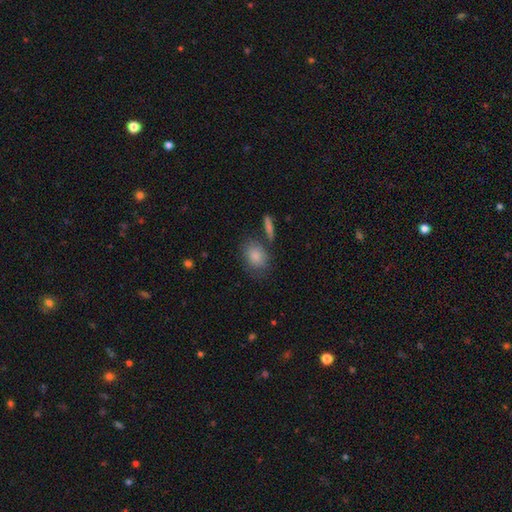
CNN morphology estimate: smooth-or-featured: smooth: 84% | featured or disk: 8% | star or artifact: 7%
  how-rounded: in between: 69% | round: 29% | cigar-shaped: 2%
  merging: none: 66% | minor disturbance: 17% | merger: 11% | major disturbance: 6%